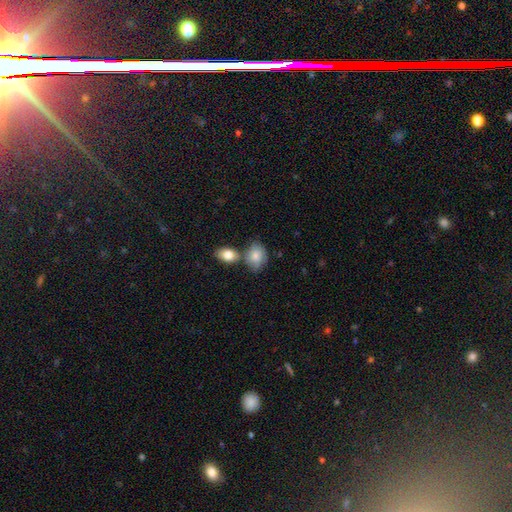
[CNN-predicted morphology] A smooth galaxy with no disk features (78%) that is in between round and cigar-shaped (74%). Merging: none (47%).